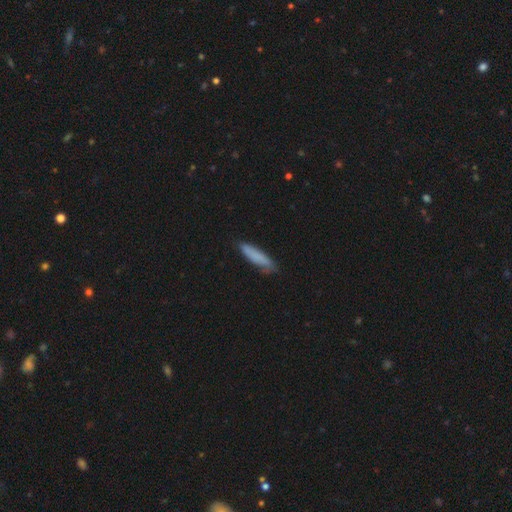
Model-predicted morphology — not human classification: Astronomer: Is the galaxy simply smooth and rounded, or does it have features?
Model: smooth — 80%.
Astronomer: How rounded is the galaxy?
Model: cigar-shaped — 78%.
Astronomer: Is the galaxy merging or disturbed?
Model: none — 76%.